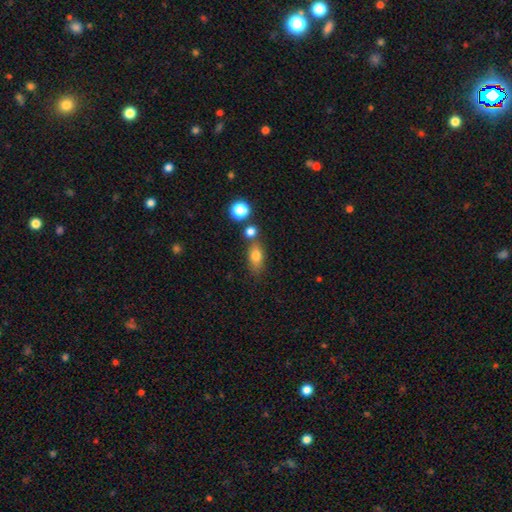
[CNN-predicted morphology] type=smooth (77%); roundness=in between (74%); merging=none (64%).